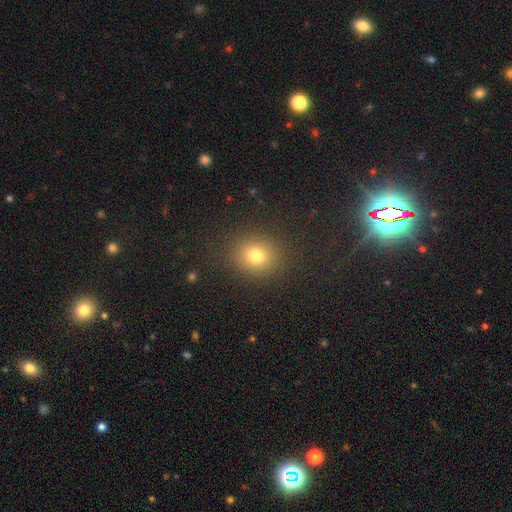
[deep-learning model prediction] Q: Smooth or featured?
A: smooth (77%); runner-up: star or artifact (15%)
Q: How rounded?
A: round (74%); runner-up: in between (25%)
Q: Merging?
A: none (87%); runner-up: minor disturbance (8%)